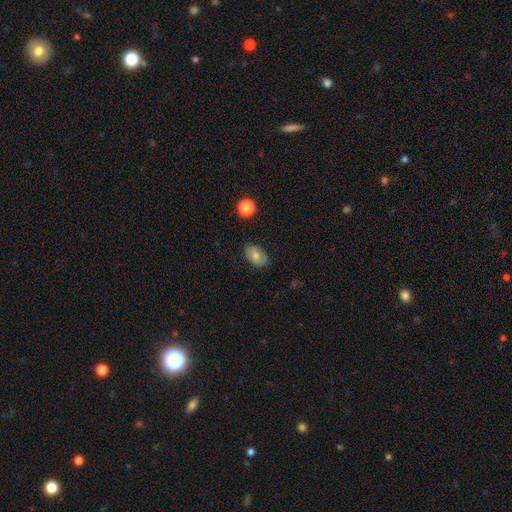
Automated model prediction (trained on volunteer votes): Morphology: type=smooth (69%); roundness=in between (86%); merging=none (77%).